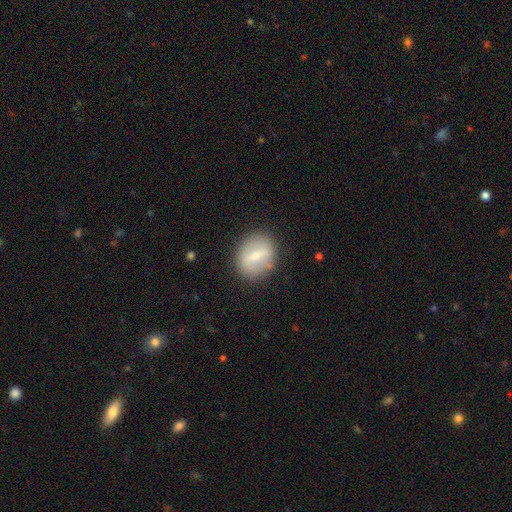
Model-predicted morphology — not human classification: Smooth or featured: smooth — 54% (featured or disk — 38%)
How rounded: round — 61% (in between — 37%)
Merging: none — 84% (minor disturbance — 11%)